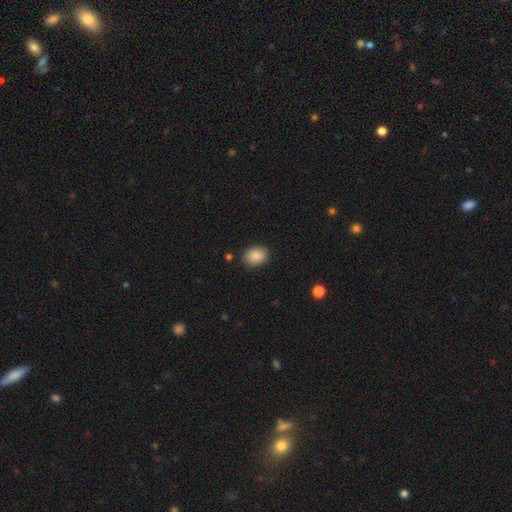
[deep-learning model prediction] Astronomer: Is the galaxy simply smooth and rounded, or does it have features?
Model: smooth — 86%.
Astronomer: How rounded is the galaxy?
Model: in between — 66%.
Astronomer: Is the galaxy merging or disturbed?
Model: none — 86%.